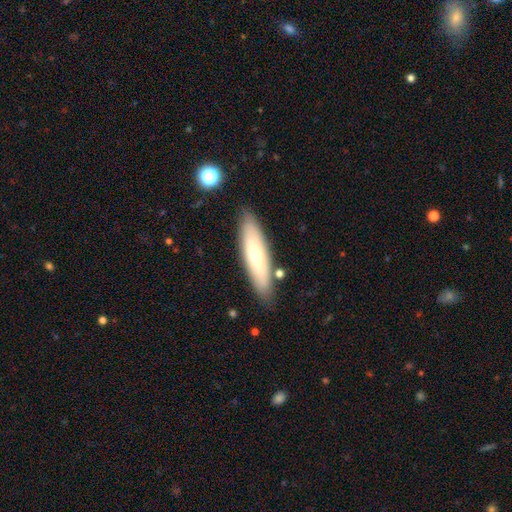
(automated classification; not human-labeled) Q: Smooth or featured?
A: smooth (62%); runner-up: featured or disk (32%)
Q: How rounded?
A: cigar-shaped (70%); runner-up: in between (28%)
Q: Merging?
A: none (84%); runner-up: minor disturbance (11%)